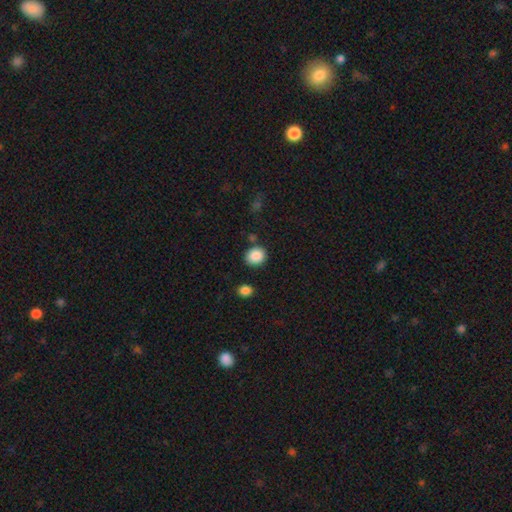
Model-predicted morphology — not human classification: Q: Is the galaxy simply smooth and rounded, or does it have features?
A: smooth — 88%.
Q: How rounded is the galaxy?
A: round — 72%.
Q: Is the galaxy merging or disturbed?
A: none — 82%.